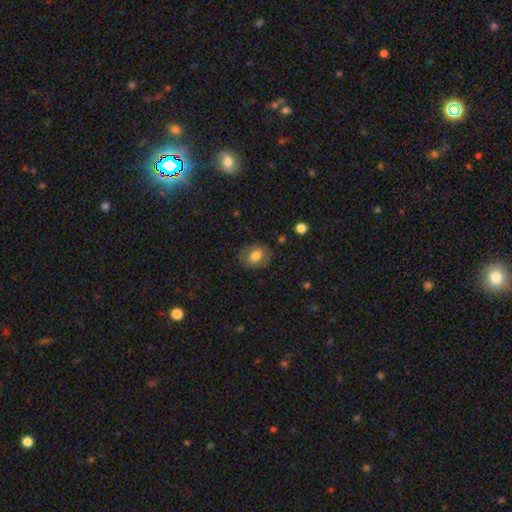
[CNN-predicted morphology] This appears to be a smooth galaxy with no disk features (64%) that is in between round and cigar-shaped (55%). Merging: none (77%).